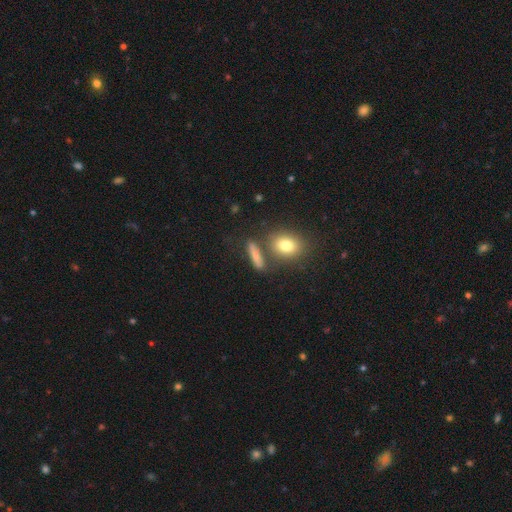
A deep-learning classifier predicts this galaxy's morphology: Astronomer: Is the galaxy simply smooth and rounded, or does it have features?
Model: smooth — 71%.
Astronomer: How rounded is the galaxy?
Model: cigar-shaped — 48% (runner-up: in between, 32%).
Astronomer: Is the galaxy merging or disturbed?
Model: none — 71%.